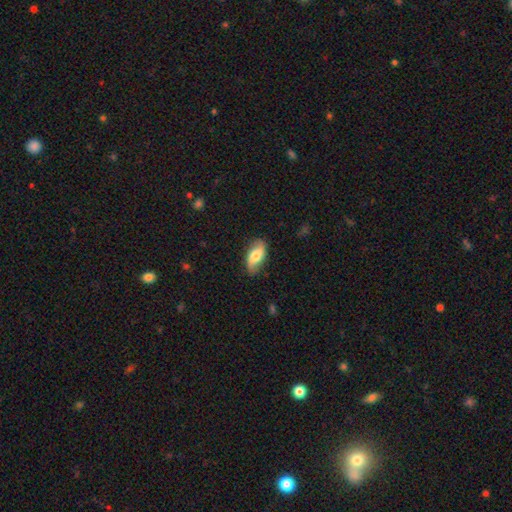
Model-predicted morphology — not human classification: A smooth galaxy with no disk features (52%) that is in between round and cigar-shaped (89%).

Vote fractions:
- Smooth or featured? smooth: 52% / featured or disk: 41% / star or artifact: 7%
- How rounded? in between: 89% / cigar-shaped: 7% / round: 4%
- Merging? none: 80% / minor disturbance: 16% / major disturbance: 3% / merger: 1%